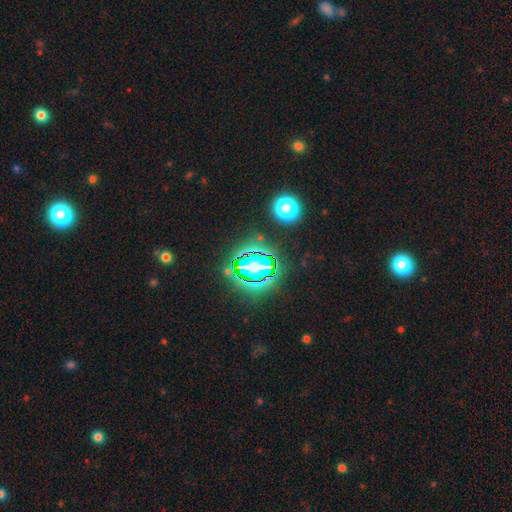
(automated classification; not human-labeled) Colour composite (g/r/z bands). It shows a star or artifact, not a galaxy (79%).